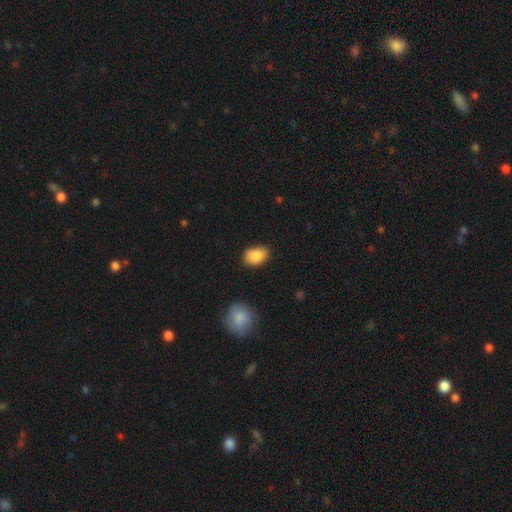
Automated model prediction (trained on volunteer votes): Q: Smooth or featured?
A: smooth (87%); runner-up: star or artifact (8%)
Q: How rounded?
A: in between (83%); runner-up: round (16%)
Q: Merging?
A: none (73%); runner-up: minor disturbance (21%)